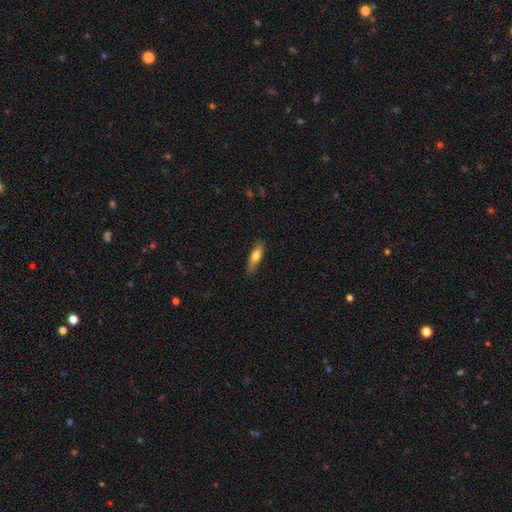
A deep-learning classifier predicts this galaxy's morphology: The model was most divided on "how rounded": cigar-shaped: 62%, in between: 36%, round: 2%. More confident: merging — none (83%); smooth or featured — smooth (67%).